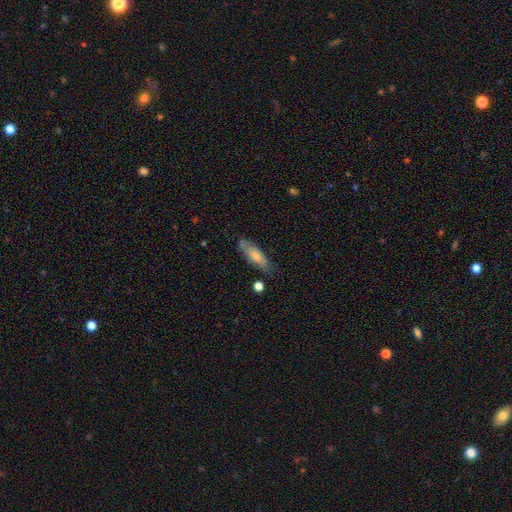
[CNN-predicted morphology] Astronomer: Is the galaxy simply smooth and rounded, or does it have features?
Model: smooth — 66%.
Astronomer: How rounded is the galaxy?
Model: in between — 52% (runner-up: cigar-shaped, 46%).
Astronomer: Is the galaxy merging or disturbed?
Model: none — 68%.